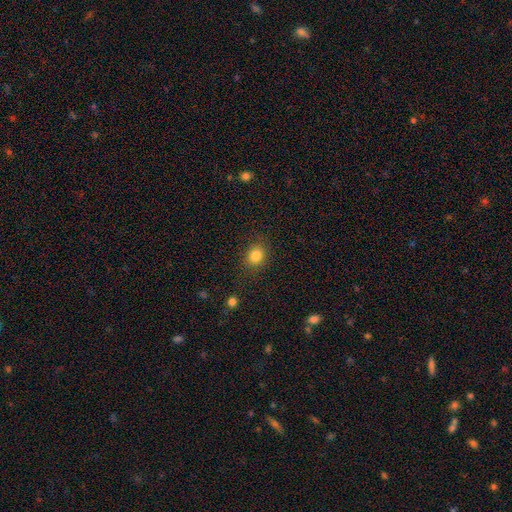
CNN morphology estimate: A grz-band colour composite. It shows a smooth galaxy with no disk features (84%) that is round (64%). Merging: none (83%).